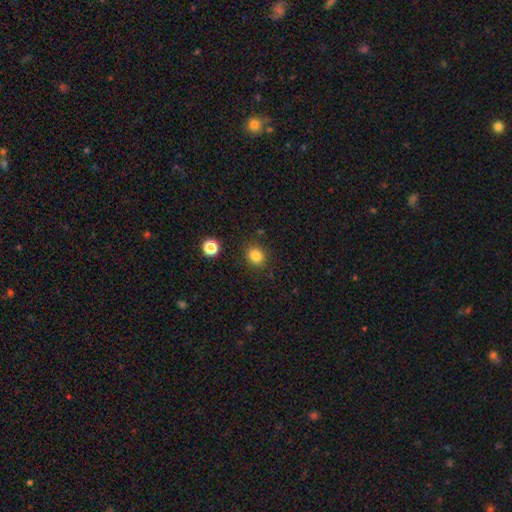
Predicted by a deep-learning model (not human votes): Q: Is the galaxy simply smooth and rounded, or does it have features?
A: smooth — 83%.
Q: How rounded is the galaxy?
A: round — 77%.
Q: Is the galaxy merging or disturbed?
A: none — 87%.